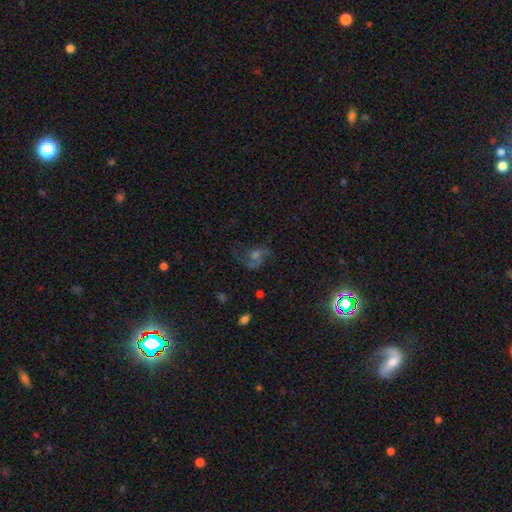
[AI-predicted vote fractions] Smooth or featured?
  - featured or disk: 55% *
  - star or artifact: 28%
  - smooth: 17%
Edge-on disk?
  - no: 96% *
  - yes: 4%
Bar?
  - no: 69% *
  - weak: 25%
  - strong: 6%
Spiral arms?
  - yes: 87% *
  - no: 13%
Bulge size?
  - moderate: 51% *
  - small: 30%
  - large: 10%
  - none: 7%
  - dominant: 3%
Merging?
  - none: 61% *
  - major disturbance: 19%
  - minor disturbance: 17%
  - merger: 3%